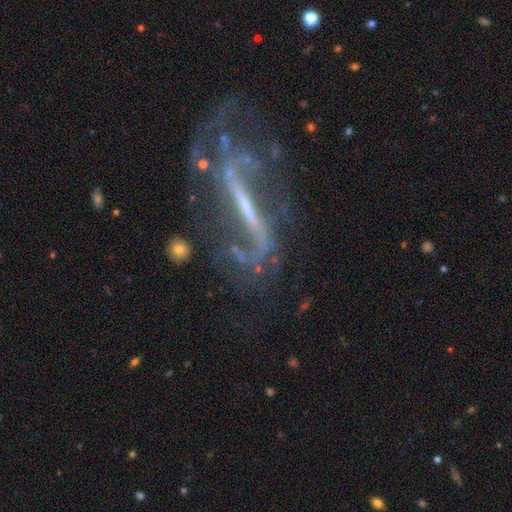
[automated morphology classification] featured or disk 85%, star or artifact 9%, smooth 6%. Down the decision tree: edge-on disk — no (79%); bar — strong (72%); spiral arms — yes (86%); spiral arm count — 2 (74%); spiral winding — loose (57%); bulge size — small (47%); merging — none (50%).